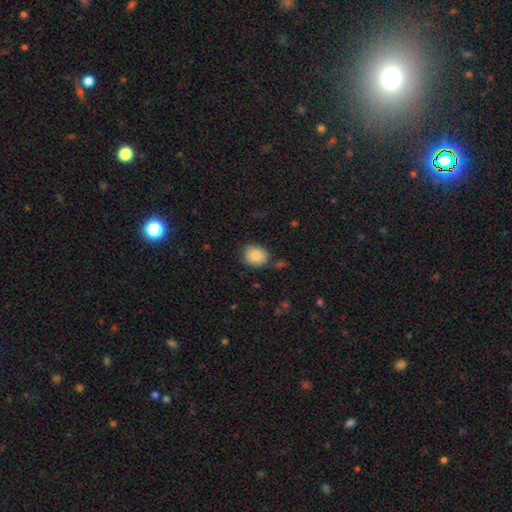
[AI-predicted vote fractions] Q: Smooth or featured?
A: smooth (86%); runner-up: star or artifact (8%)
Q: How rounded?
A: round (60%); runner-up: in between (39%)
Q: Merging?
A: none (76%); runner-up: minor disturbance (17%)